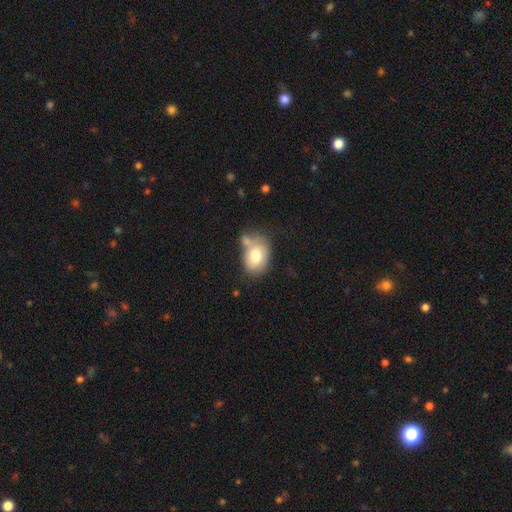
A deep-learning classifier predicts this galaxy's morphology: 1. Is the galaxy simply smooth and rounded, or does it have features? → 74% smooth, 19% featured or disk, 7% star or artifact.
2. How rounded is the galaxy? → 77% in between, 22% round, 1% cigar-shaped.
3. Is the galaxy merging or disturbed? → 45% none, 25% merger, 22% minor disturbance, 8% major disturbance.